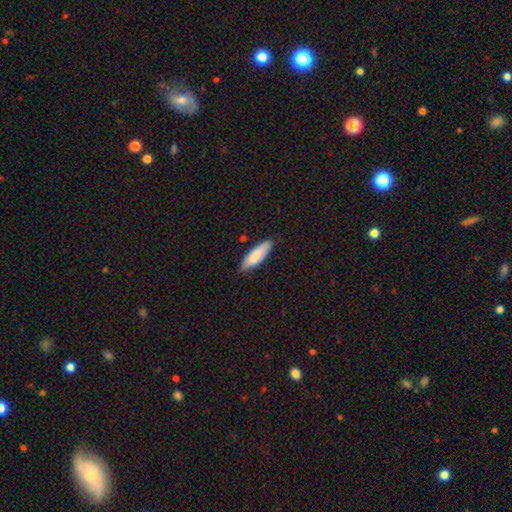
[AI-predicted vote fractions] A smooth galaxy with no disk features (83%) that is cigar-shaped (51%). Merging: none (79%).